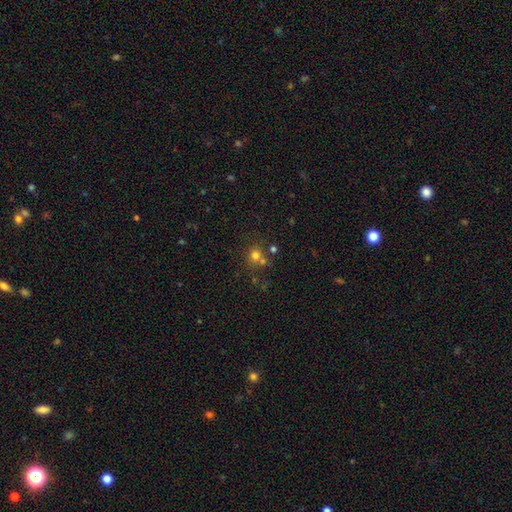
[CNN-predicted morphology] smooth_or_featured: smooth (p=0.71) [alt: star or artifact p=0.19]
how_rounded: round (p=0.86) [alt: in between p=0.13]
merging: none (p=0.60) [alt: merger p=0.27]